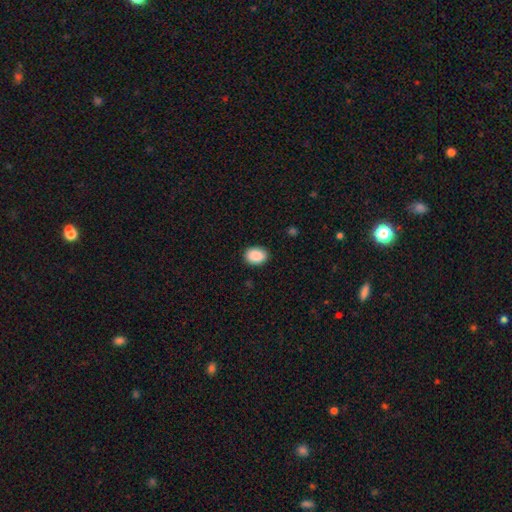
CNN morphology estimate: Overall: smooth (90%). How rounded: in between (71%). Merging: none (89%).